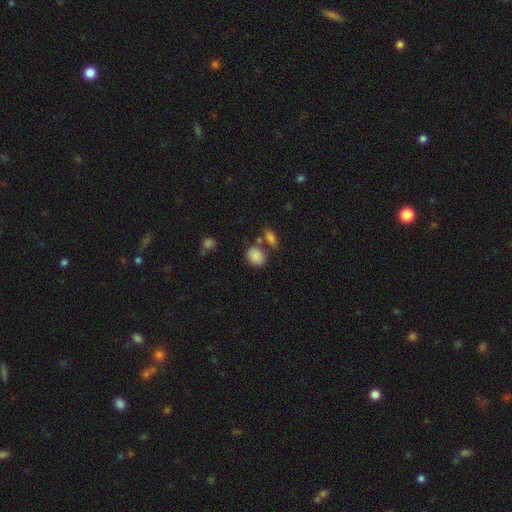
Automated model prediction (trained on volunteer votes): smooth 86%, star or artifact 9%, featured or disk 5%. Down the decision tree: how rounded — in between (55%); merging — none (62%).